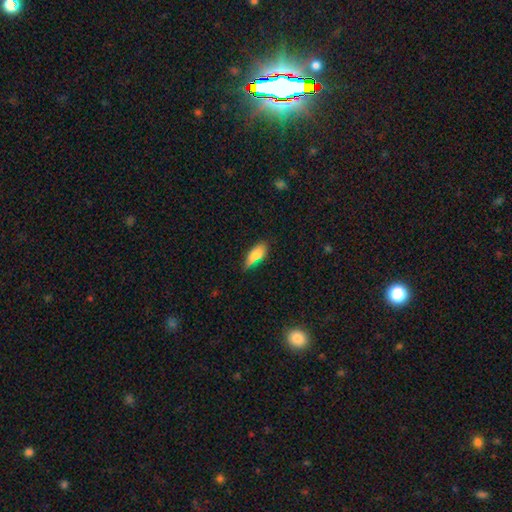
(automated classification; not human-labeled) A smooth galaxy with no disk features (79%) that is in between round and cigar-shaped (79%).

Vote fractions:
- Smooth or featured? smooth: 79% / featured or disk: 12% / star or artifact: 9%
- How rounded? in between: 79% / cigar-shaped: 18% / round: 3%
- Merging? none: 65% / minor disturbance: 27% / major disturbance: 5% / merger: 3%